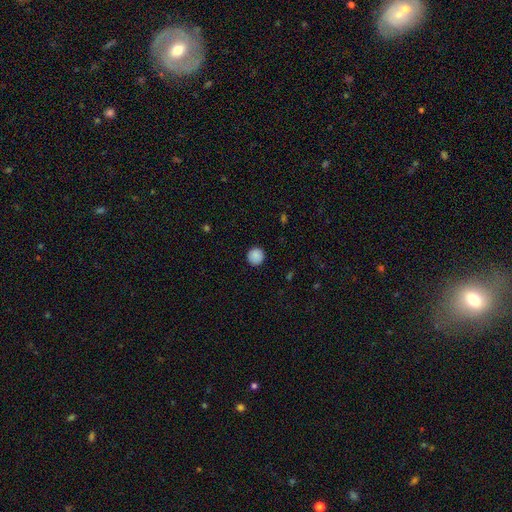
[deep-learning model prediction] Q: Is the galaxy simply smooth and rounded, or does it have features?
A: smooth — 89%.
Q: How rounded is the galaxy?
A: round — 94%.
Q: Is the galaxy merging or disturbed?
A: none — 91%.